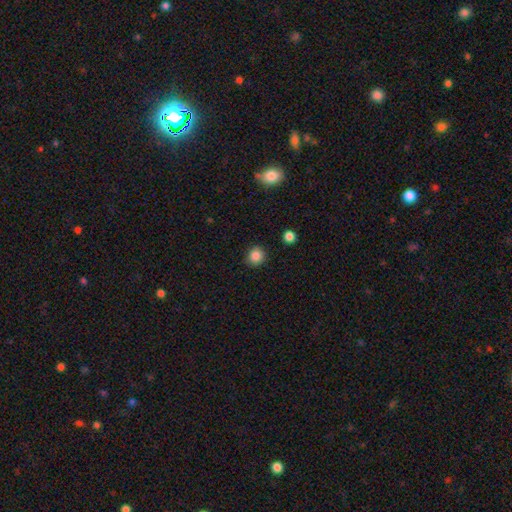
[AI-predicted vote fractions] A smooth galaxy with no disk features (85%) that is round (87%).

Vote fractions:
- Smooth or featured? smooth: 85% / star or artifact: 11% / featured or disk: 4%
- How rounded? round: 87% / in between: 12% / cigar-shaped: 1%
- Merging? none: 89% / minor disturbance: 7% / major disturbance: 2% / merger: 1%